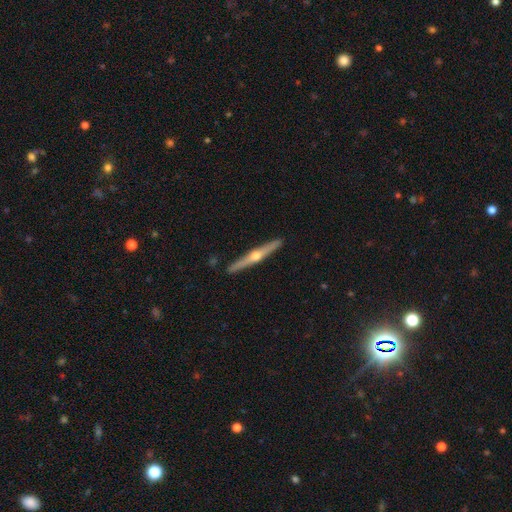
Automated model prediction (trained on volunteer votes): Morphology: type=featured or disk (77%); edge-on=yes (98%); edge-on bulge=rounded (93%); merging=none (92%).